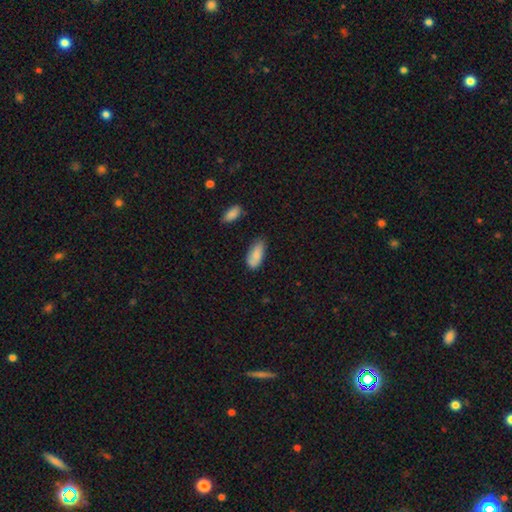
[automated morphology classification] The model was most divided on "merging": none: 66%, minor disturbance: 26%, major disturbance: 5%, merger: 3%. More confident: how rounded — in between (88%); smooth or featured — smooth (81%).